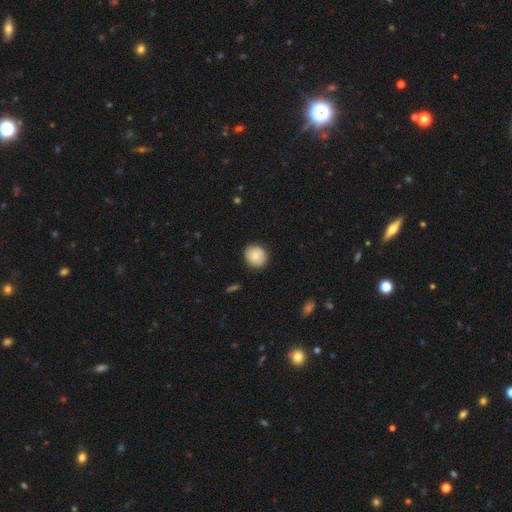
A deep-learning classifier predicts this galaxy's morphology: type=smooth (75%); roundness=round (77%); merging=none (84%).